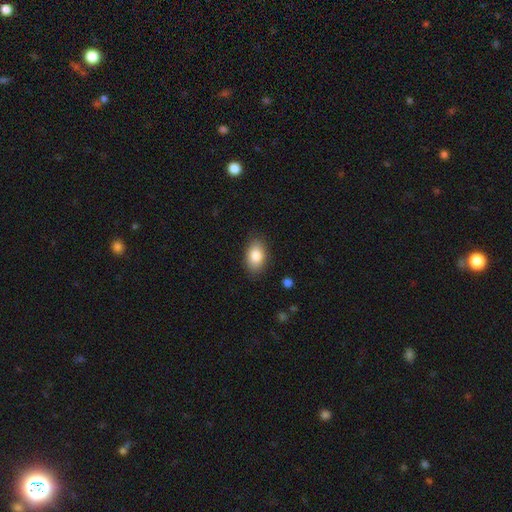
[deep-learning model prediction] smooth-or-featured: smooth: 85% | featured or disk: 8% | star or artifact: 7%
  how-rounded: in between: 90% | round: 8% | cigar-shaped: 2%
  merging: none: 85% | minor disturbance: 11% | major disturbance: 3% | merger: 1%